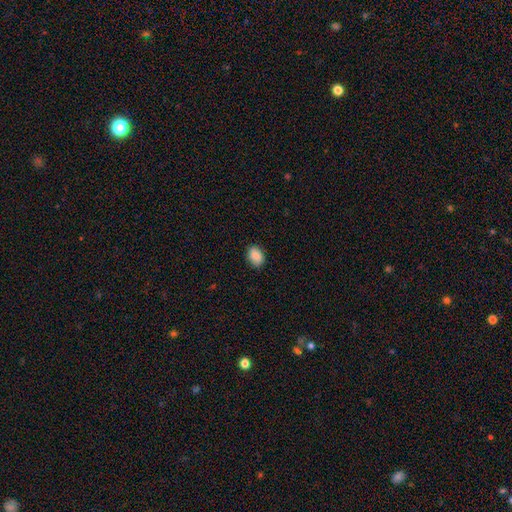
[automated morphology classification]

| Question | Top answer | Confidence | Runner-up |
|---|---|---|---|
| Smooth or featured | smooth | 85% | star or artifact (8%) |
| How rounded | in between | 69% | round (30%) |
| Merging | none | 86% | minor disturbance (11%) |